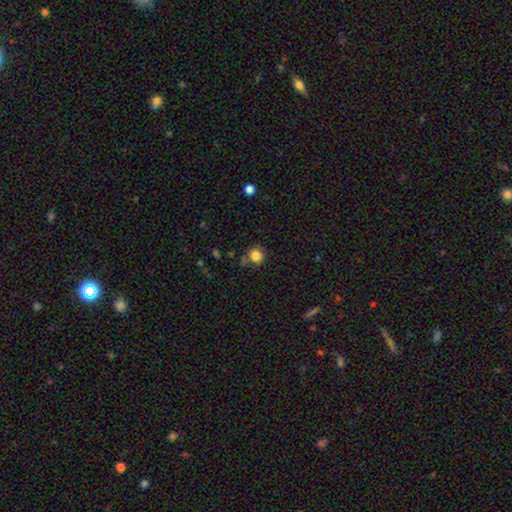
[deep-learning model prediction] Smooth or featured: smooth — 84% (star or artifact — 11%)
How rounded: round — 92% (in between — 7%)
Merging: none — 76% (minor disturbance — 14%)